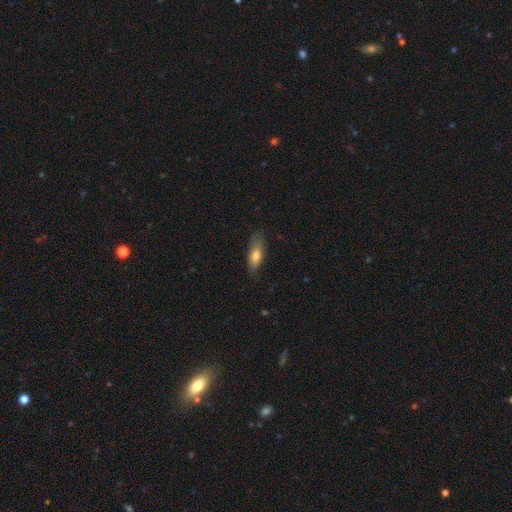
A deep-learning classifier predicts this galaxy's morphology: A smooth galaxy with no disk features (72%) that is in between round and cigar-shaped (72%).

Vote fractions:
- Smooth or featured? smooth: 72% / featured or disk: 21% / star or artifact: 6%
- How rounded? in between: 72% / cigar-shaped: 25% / round: 3%
- Merging? none: 70% / minor disturbance: 24% / major disturbance: 5% / merger: 1%